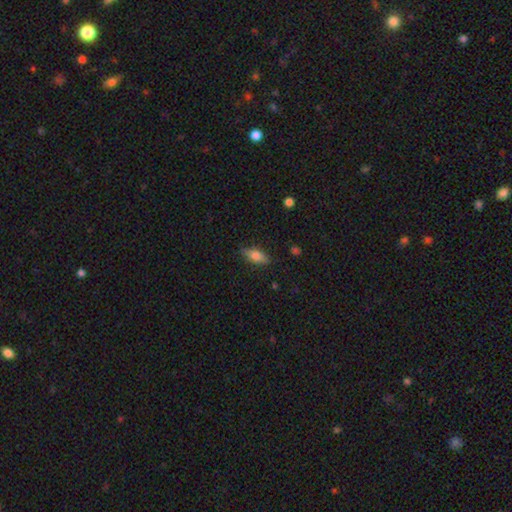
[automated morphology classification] Smooth or featured: smooth — 73% (featured or disk — 20%)
How rounded: in between — 74% (cigar-shaped — 23%)
Merging: none — 82% (minor disturbance — 14%)